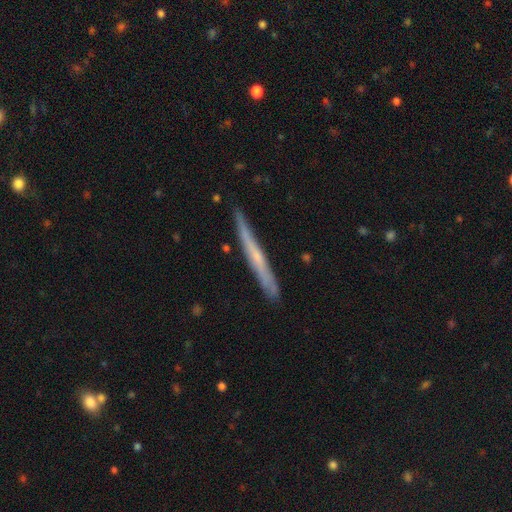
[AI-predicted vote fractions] Smooth or featured?
  - featured or disk: 55% *
  - smooth: 39%
  - star or artifact: 6%
Edge-on disk?
  - yes: 95% *
  - no: 5%
Edge-on bulge?
  - none: 69% *
  - rounded: 27%
  - boxy: 4%
Merging?
  - none: 87% *
  - minor disturbance: 10%
  - major disturbance: 1%
  - merger: 1%